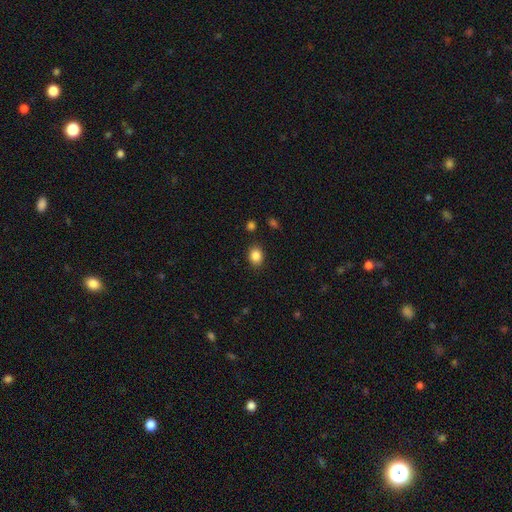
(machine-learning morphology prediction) Smooth or featured: smooth — 86% (star or artifact — 9%)
How rounded: in between — 55% (round — 44%)
Merging: none — 87% (minor disturbance — 8%)